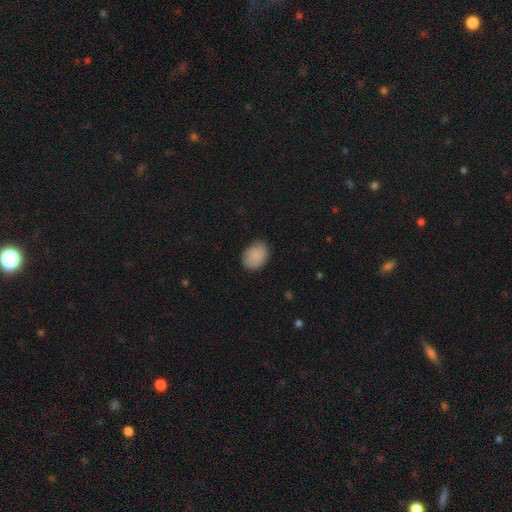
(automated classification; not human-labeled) smooth_or_featured: smooth (p=0.87) [alt: star or artifact p=0.07]
how_rounded: in between (p=0.70) [alt: round p=0.29]
merging: none (p=0.79) [alt: minor disturbance p=0.17]